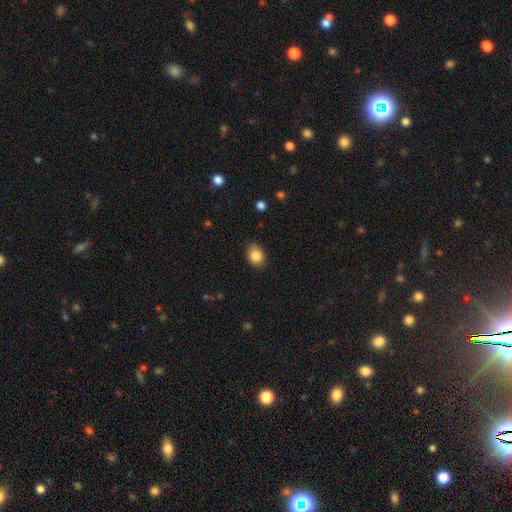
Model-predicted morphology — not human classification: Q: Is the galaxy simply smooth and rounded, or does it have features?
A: smooth — 86%.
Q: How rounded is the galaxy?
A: round — 50%.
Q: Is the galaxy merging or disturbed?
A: none — 76%.